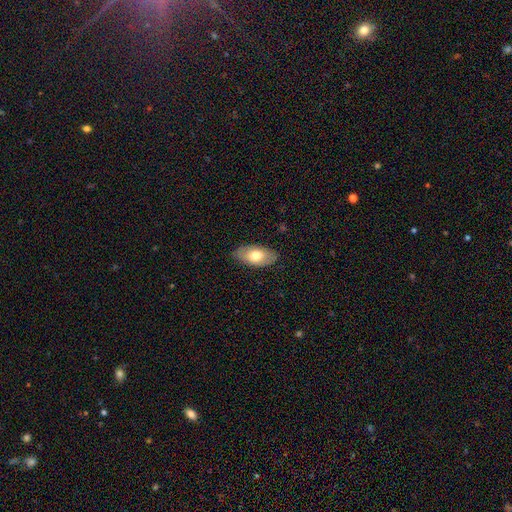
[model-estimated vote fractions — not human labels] A smooth galaxy with no disk features (68%) that is in between round and cigar-shaped (93%).

Vote fractions:
- Smooth or featured? smooth: 68% / featured or disk: 27% / star or artifact: 6%
- How rounded? in between: 93% / cigar-shaped: 3% / round: 3%
- Merging? none: 84% / minor disturbance: 12% / major disturbance: 2% / merger: 1%